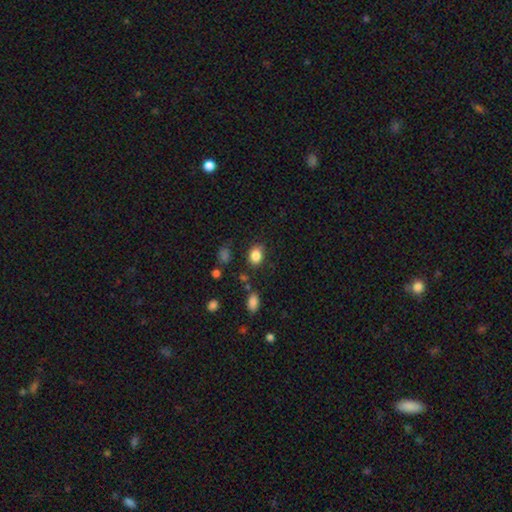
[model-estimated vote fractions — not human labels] smooth 85%, star or artifact 10%, featured or disk 5%. Down the decision tree: how rounded — in between (61%); merging — none (77%).